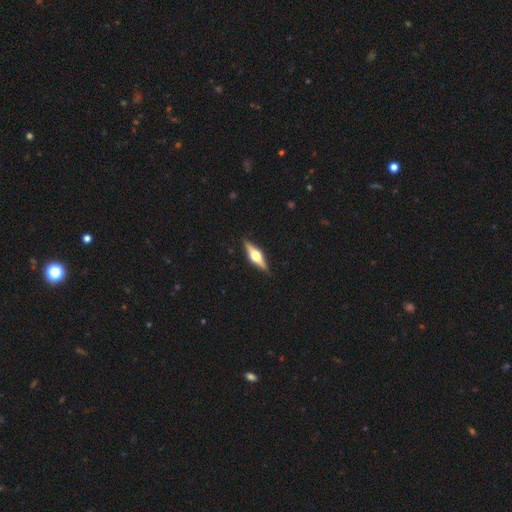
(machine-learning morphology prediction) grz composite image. It shows a featured or disk galaxy (76%) viewed edge-on (97%) with a rounded central bulge (95%). Merging: none (90%).